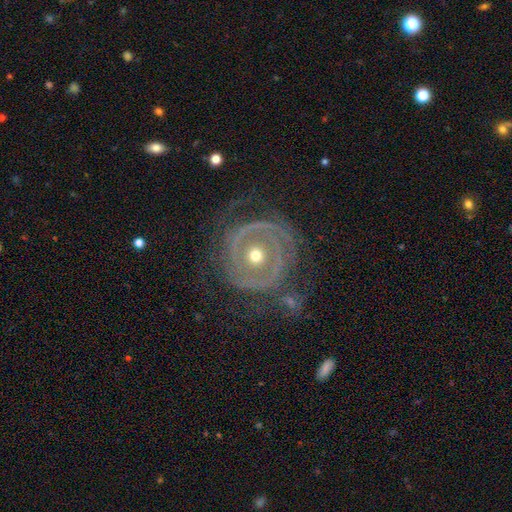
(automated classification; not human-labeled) This appears to be a featured or disk galaxy (82%) with no bar (77%), 2 (36%) tight (66%) spiral arms (81%) and a moderate central bulge (59%). Merging: none (64%).